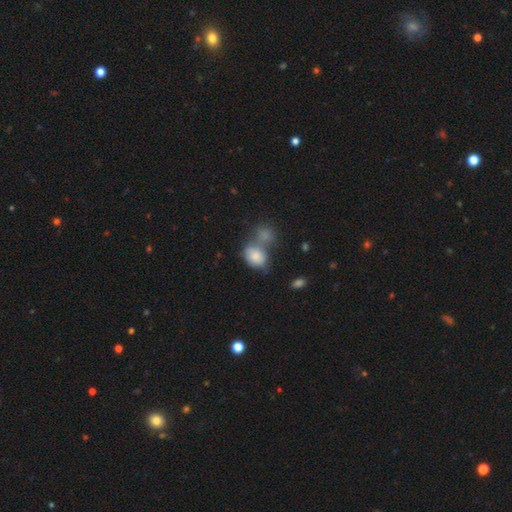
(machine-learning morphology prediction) The model was most divided on "merging": merger: 49%, none: 32%, minor disturbance: 13%, major disturbance: 6%. More confident: smooth or featured — smooth (83%); how rounded — in between (64%).